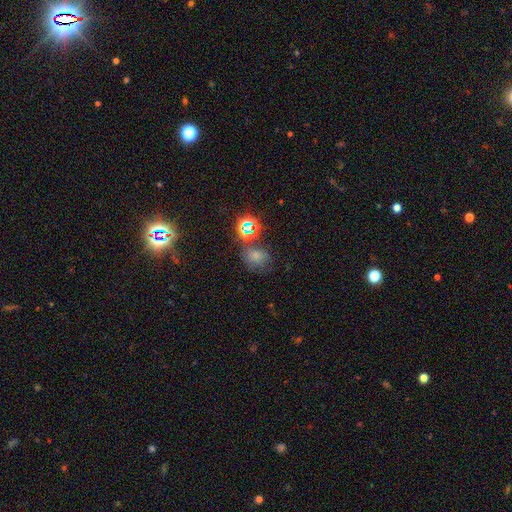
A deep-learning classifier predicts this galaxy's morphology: This is possibly a smooth galaxy (59%). How rounded: likely round (62%). Merging: possibly none (56%).